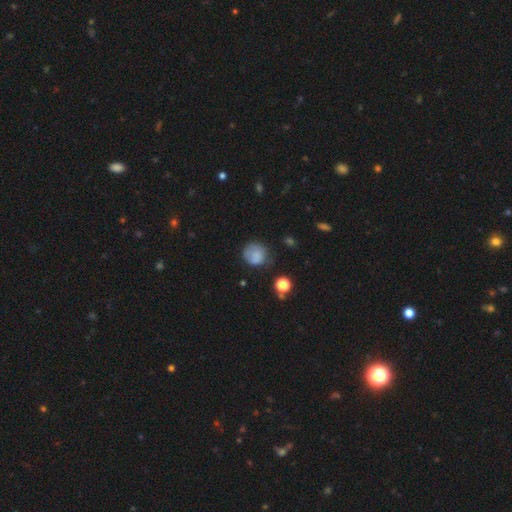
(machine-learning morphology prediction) This appears to be a smooth galaxy with no disk features (77%) that is round (86%). Merging: none (60%).